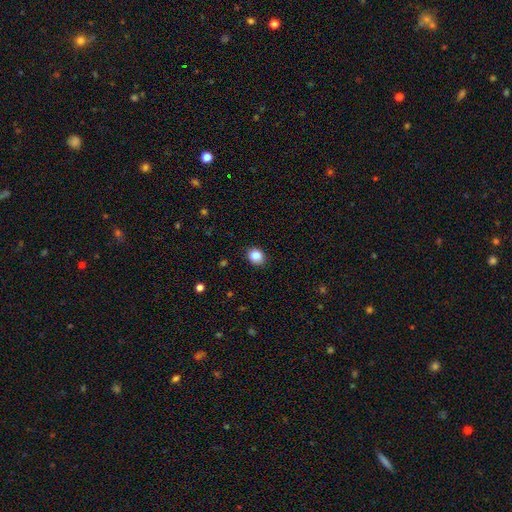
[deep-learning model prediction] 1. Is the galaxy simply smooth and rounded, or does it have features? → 87% smooth, 9% star or artifact, 4% featured or disk.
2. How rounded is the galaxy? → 56% round, 44% in between, 1% cigar-shaped.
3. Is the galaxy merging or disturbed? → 88% none, 9% minor disturbance, 2% major disturbance, 1% merger.